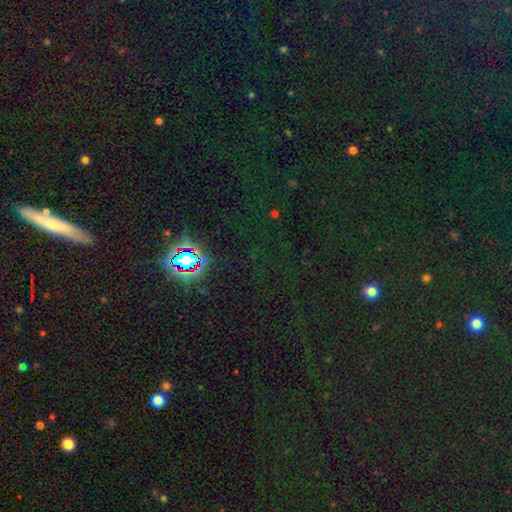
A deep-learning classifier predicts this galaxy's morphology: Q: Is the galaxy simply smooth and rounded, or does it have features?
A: star or artifact — 79%.